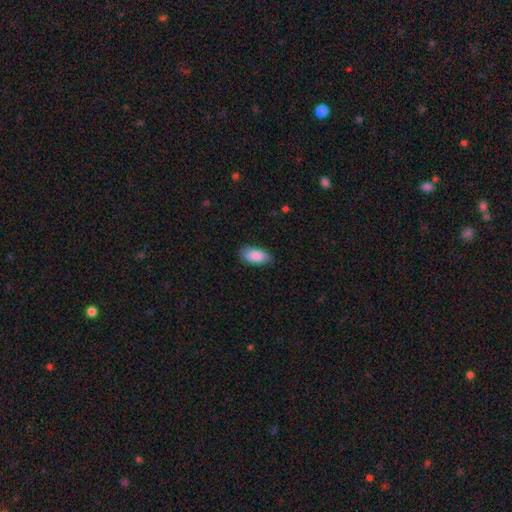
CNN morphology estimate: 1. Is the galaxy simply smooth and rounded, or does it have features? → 87% smooth, 7% featured or disk, 6% star or artifact.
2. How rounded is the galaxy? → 93% in between, 4% cigar-shaped, 3% round.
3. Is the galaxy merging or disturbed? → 84% none, 13% minor disturbance, 2% major disturbance, 1% merger.